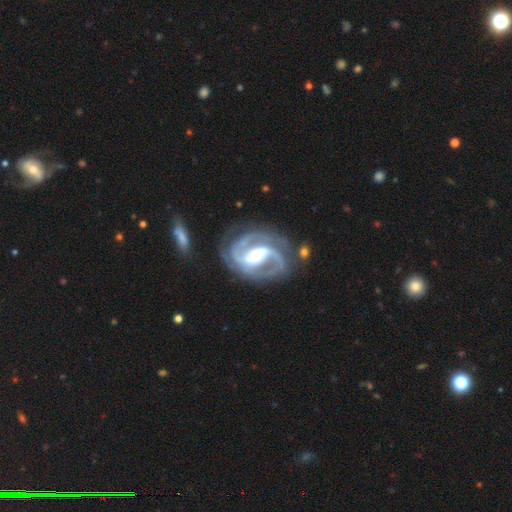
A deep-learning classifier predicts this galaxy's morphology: This appears to be a featured or disk galaxy (93%) with a strong bar (42%), 2 (68%) medium (50%) spiral arms (98%) and a moderate central bulge (57%). Merging: none (69%).